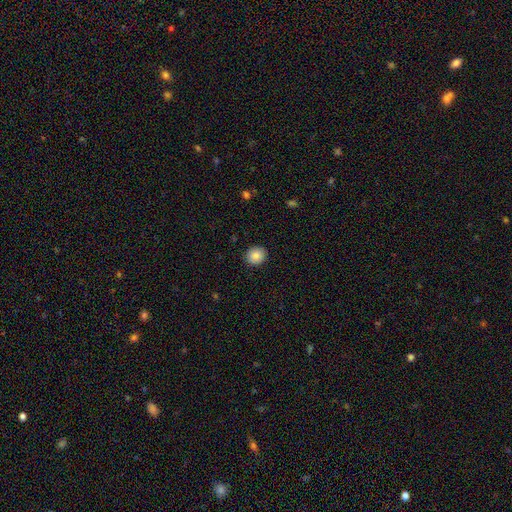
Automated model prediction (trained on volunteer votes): Smooth or featured: smooth — 86% (star or artifact — 9%)
How rounded: round — 81% (in between — 18%)
Merging: none — 91% (minor disturbance — 6%)